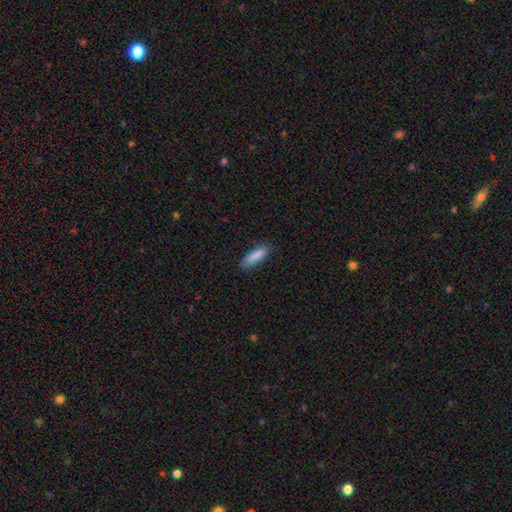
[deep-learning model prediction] Q: Smooth or featured?
A: smooth (86%); runner-up: featured or disk (7%)
Q: How rounded?
A: cigar-shaped (55%); runner-up: in between (43%)
Q: Merging?
A: none (78%); runner-up: minor disturbance (17%)